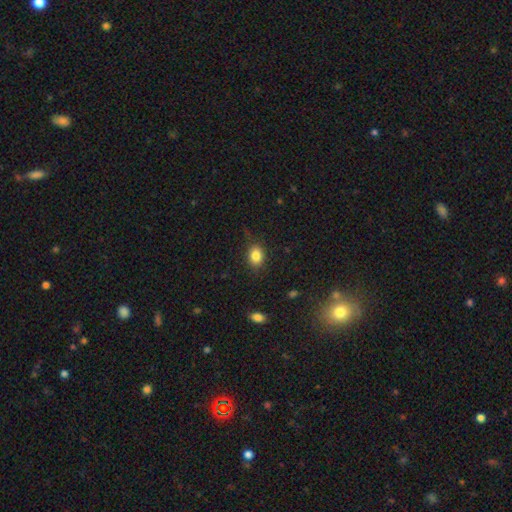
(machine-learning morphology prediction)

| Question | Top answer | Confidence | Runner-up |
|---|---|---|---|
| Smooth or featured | smooth | 84% | star or artifact (10%) |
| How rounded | in between | 58% | round (41%) |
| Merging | none | 81% | minor disturbance (14%) |